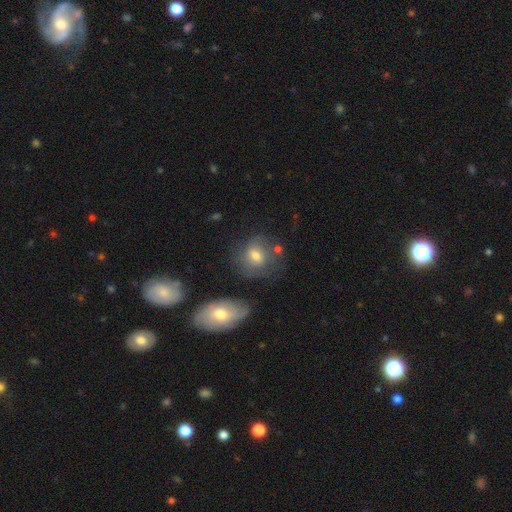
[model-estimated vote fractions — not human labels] Smooth or featured?
  - smooth: 61% *
  - featured or disk: 28%
  - star or artifact: 11%
How rounded?
  - round: 64% *
  - in between: 35%
  - cigar-shaped: 2%
Merging?
  - none: 59% *
  - minor disturbance: 20%
  - merger: 11%
  - major disturbance: 10%